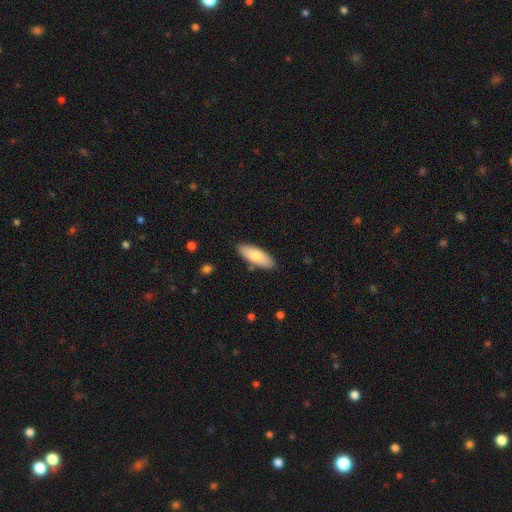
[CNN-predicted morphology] smooth 76%, featured or disk 18%, star or artifact 6%. Down the decision tree: how rounded — in between (72%); merging — none (86%).